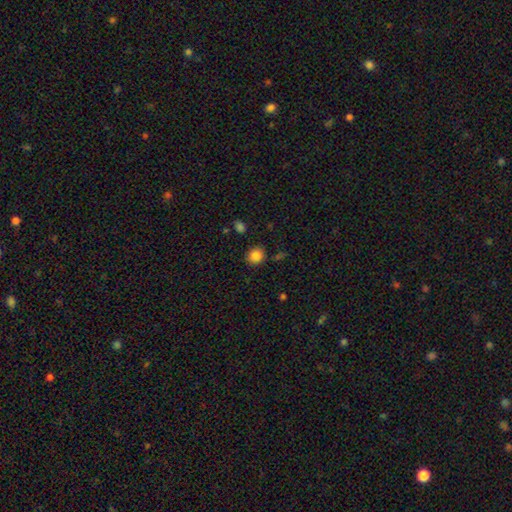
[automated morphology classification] Overall: smooth (85%). How rounded: round (82%). Merging: none (86%).